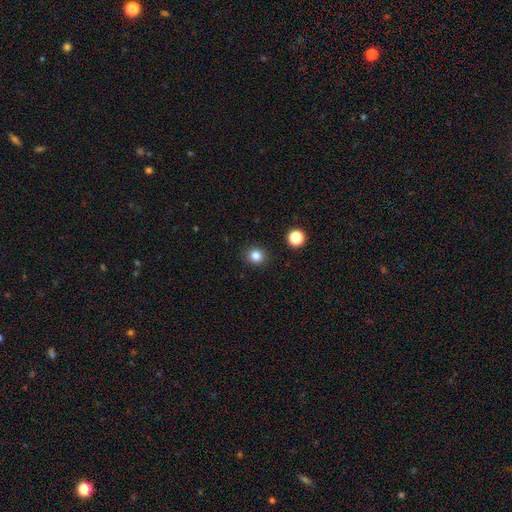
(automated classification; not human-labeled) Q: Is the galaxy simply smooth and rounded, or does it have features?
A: smooth — 82%.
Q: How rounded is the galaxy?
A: round — 89%.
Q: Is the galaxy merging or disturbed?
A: none — 91%.